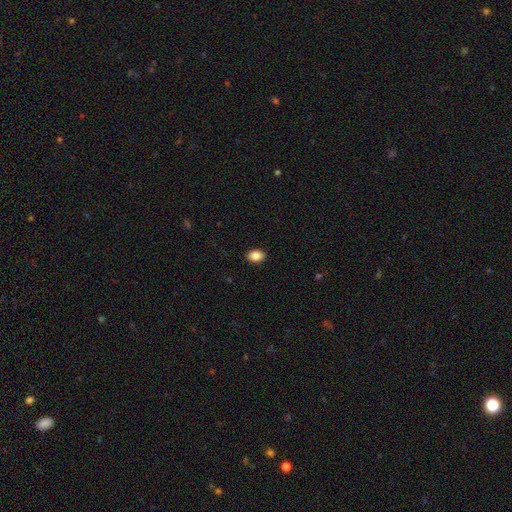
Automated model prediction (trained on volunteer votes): Morphology: type=smooth (87%); roundness=in between (75%); merging=none (90%).